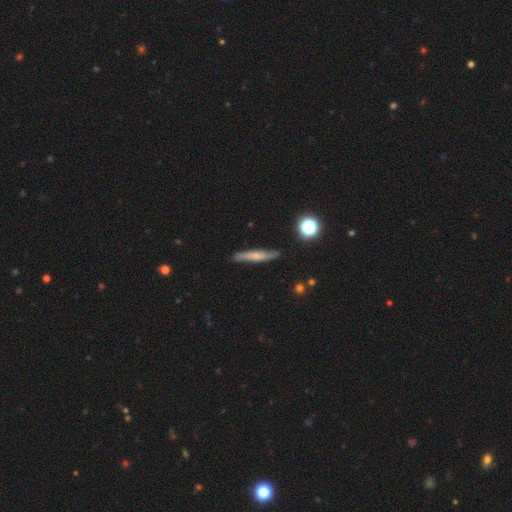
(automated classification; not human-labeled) Q: Smooth or featured?
A: smooth (53%); runner-up: featured or disk (38%)
Q: How rounded?
A: cigar-shaped (90%); runner-up: in between (7%)
Q: Merging?
A: none (84%); runner-up: minor disturbance (12%)